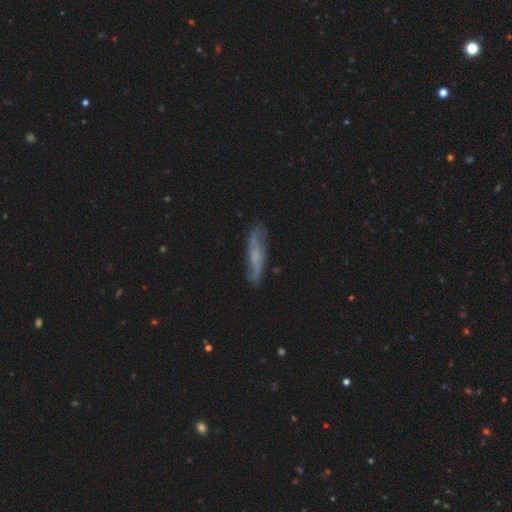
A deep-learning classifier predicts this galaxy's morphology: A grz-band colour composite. It shows a featured or disk galaxy (56%). Merging: none (76%).